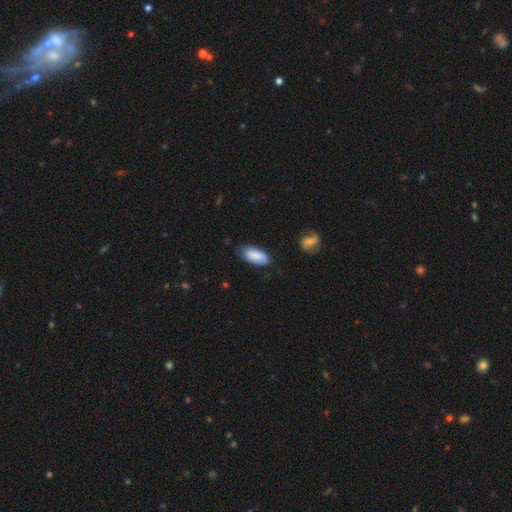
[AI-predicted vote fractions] This is clearly a smooth galaxy (86%). How rounded: clearly in between (90%). Merging: likely none (78%).